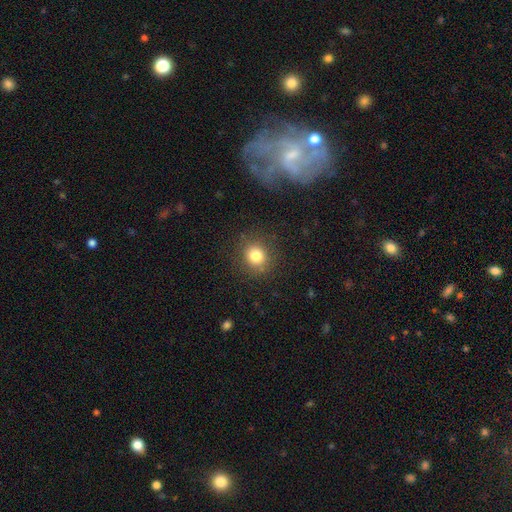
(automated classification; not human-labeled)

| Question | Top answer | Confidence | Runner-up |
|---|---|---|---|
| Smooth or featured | smooth | 82% | star or artifact (12%) |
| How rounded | round | 83% | in between (16%) |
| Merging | none | 87% | minor disturbance (9%) |